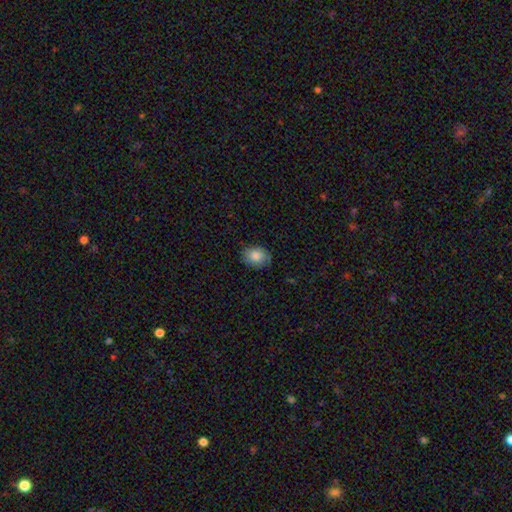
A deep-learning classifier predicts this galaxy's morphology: smooth-or-featured: smooth: 85% | star or artifact: 8% | featured or disk: 8%
  how-rounded: in between: 61% | round: 38% | cigar-shaped: 1%
  merging: none: 80% | minor disturbance: 16% | major disturbance: 3% | merger: 1%